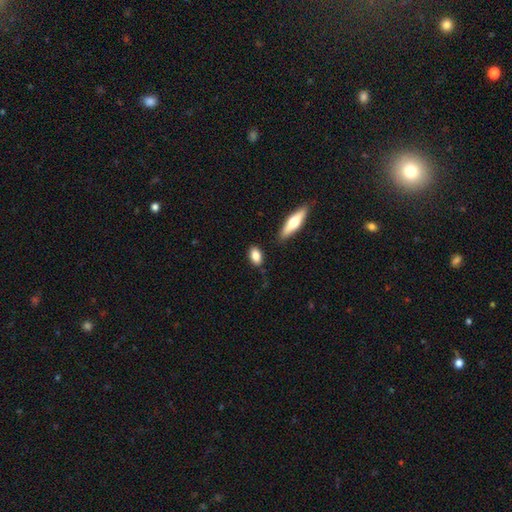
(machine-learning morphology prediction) Smooth or featured?
  - smooth: 82% *
  - featured or disk: 11%
  - star or artifact: 7%
How rounded?
  - in between: 84% *
  - round: 9%
  - cigar-shaped: 8%
Merging?
  - none: 81% *
  - minor disturbance: 13%
  - merger: 3%
  - major disturbance: 3%